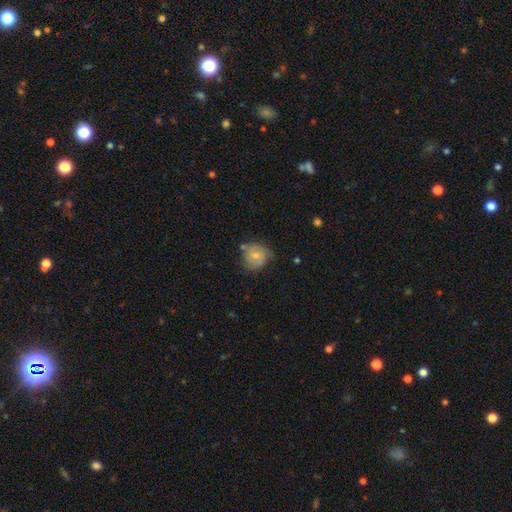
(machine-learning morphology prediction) Smooth or featured?
  - smooth: 62% *
  - featured or disk: 30%
  - star or artifact: 8%
How rounded?
  - round: 76% *
  - in between: 23%
  - cigar-shaped: 1%
Merging?
  - none: 52% *
  - minor disturbance: 30%
  - major disturbance: 10%
  - merger: 8%